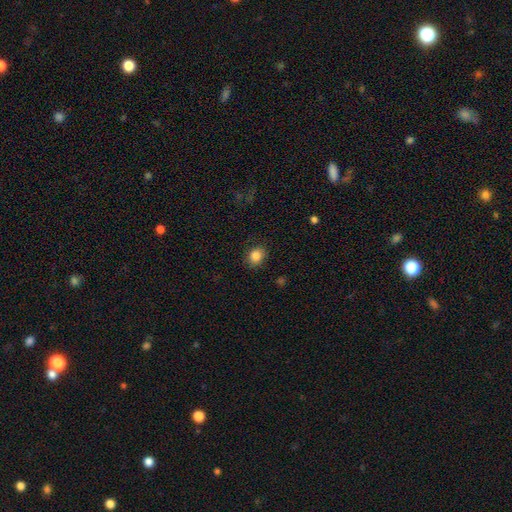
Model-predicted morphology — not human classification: Q: Smooth or featured?
A: smooth (85%); runner-up: star or artifact (10%)
Q: How rounded?
A: round (59%); runner-up: in between (41%)
Q: Merging?
A: none (86%); runner-up: minor disturbance (10%)